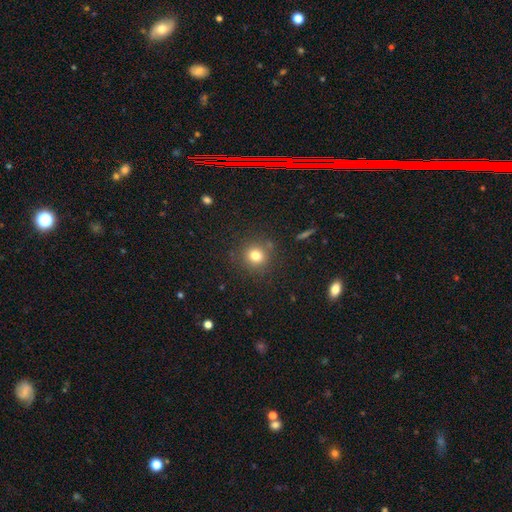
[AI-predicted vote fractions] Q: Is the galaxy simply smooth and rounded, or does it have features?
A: smooth — 79%.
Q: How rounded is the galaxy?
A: round — 89%.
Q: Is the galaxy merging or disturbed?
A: none — 84%.